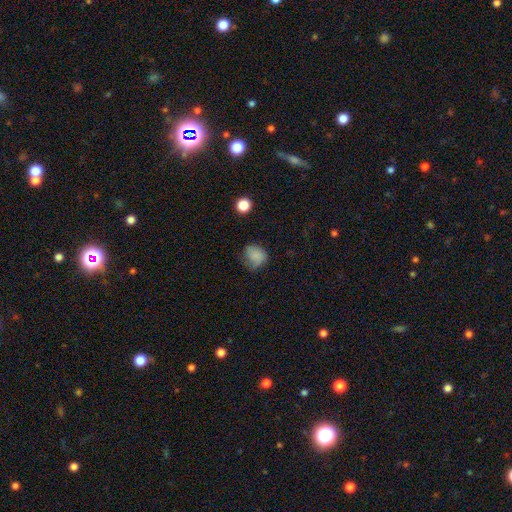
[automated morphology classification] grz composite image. It shows a smooth galaxy with no disk features (75%) that is round (63%). Merging: none (56%).